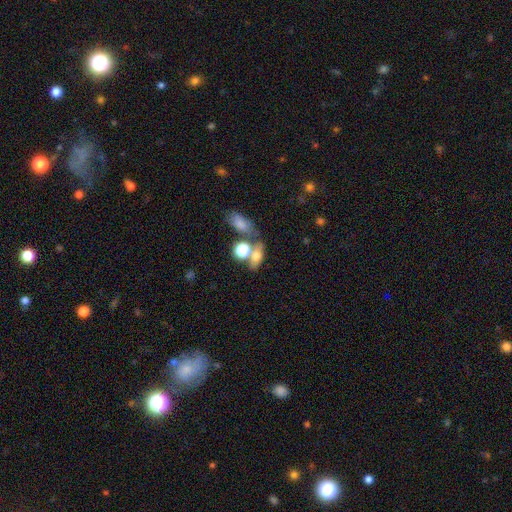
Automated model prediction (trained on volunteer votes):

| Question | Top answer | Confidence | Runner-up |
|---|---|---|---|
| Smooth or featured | smooth | 70% | featured or disk (18%) |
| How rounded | in between | 68% | round (25%) |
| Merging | none | 47% | merger (34%) |